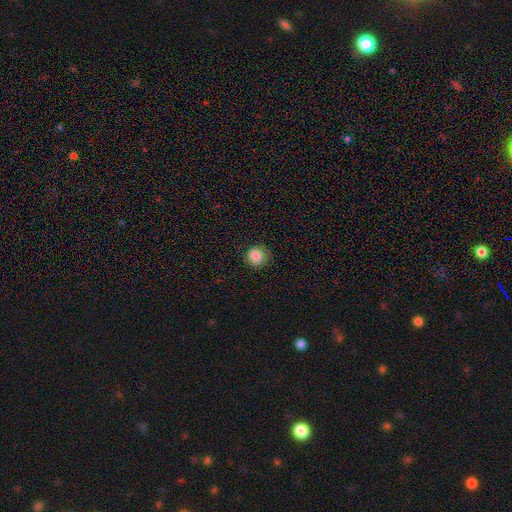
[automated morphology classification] Smooth or featured? Predicted: smooth (p=0.84). How rounded? Predicted: round (p=0.93). Merging? Predicted: none (p=0.86).